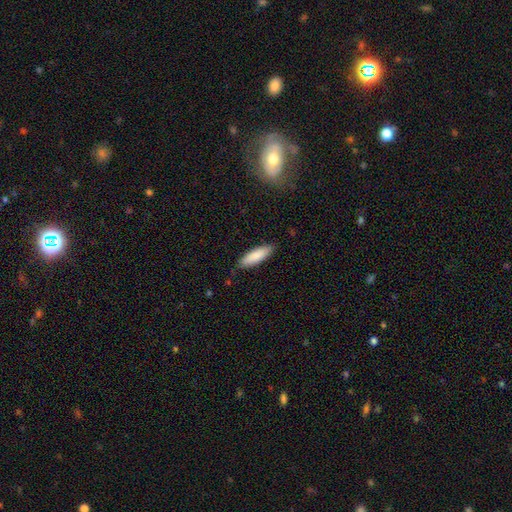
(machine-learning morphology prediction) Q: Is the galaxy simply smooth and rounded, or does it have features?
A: smooth — 84%.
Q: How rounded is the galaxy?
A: cigar-shaped — 50%.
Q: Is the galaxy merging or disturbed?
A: none — 86%.